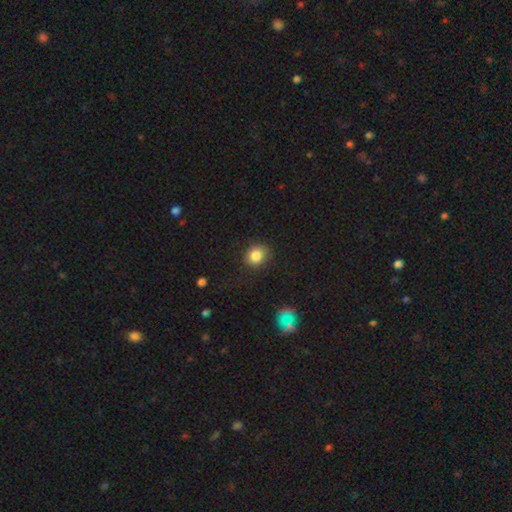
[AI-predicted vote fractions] This appears to be a smooth galaxy with no disk features (84%) that is round (77%). Merging: none (81%).